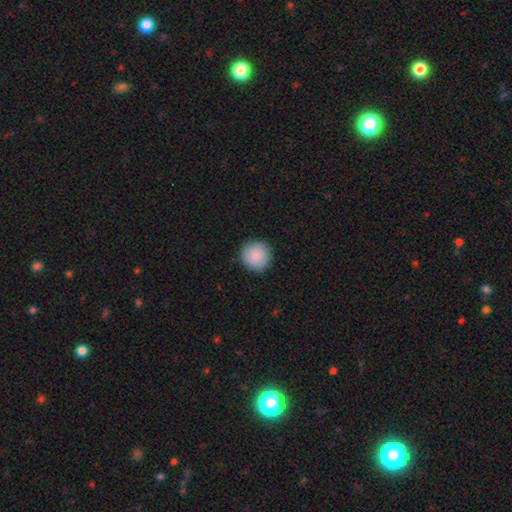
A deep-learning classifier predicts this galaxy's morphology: A smooth galaxy with no disk features (89%) that is round (95%).

Vote fractions:
- Smooth or featured? smooth: 89% / star or artifact: 6% / featured or disk: 5%
- How rounded? round: 95% / in between: 4% / cigar-shaped: 1%
- Merging? none: 89% / minor disturbance: 8% / major disturbance: 2% / merger: 1%